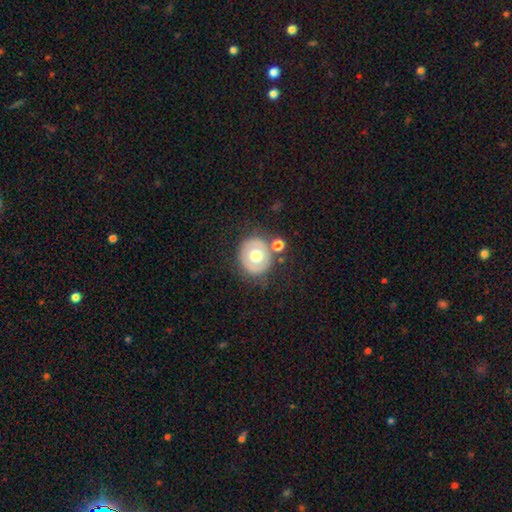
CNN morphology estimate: A smooth galaxy with no disk features (54%) that is round (83%). Merging: none (73%).